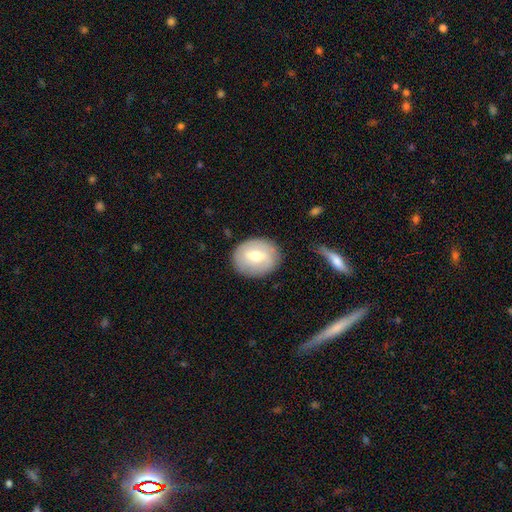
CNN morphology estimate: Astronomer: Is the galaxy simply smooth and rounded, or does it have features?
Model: smooth — 51% (runner-up: featured or disk, 42%).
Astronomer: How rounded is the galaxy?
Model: round — 62%.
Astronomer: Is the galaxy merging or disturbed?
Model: none — 82%.